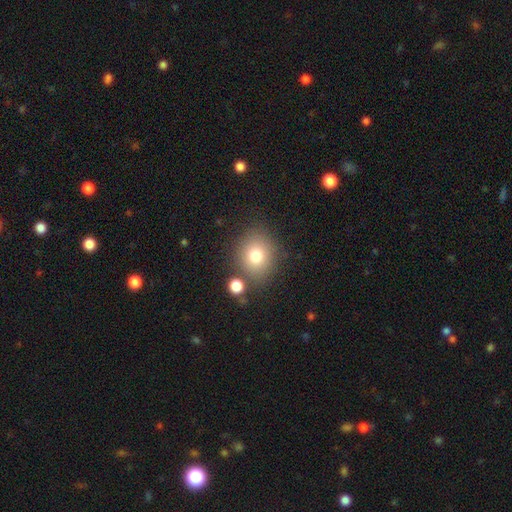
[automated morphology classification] A smooth galaxy with no disk features (78%) that is round (76%). Merging: none (76%).